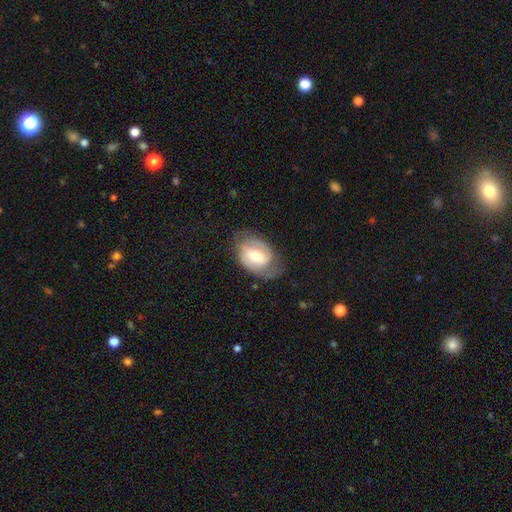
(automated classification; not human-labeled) Smooth or featured?
  - featured or disk: 63% *
  - smooth: 31%
  - star or artifact: 6%
Edge-on disk?
  - no: 95% *
  - yes: 5%
Bar?
  - weak: 44% *
  - no: 36%
  - strong: 20%
Spiral arms?
  - yes: 79% *
  - no: 21%
Bulge size?
  - moderate: 65% *
  - small: 25%
  - large: 8%
  - none: 1%
  - dominant: 1%
Merging?
  - none: 61% *
  - minor disturbance: 26%
  - major disturbance: 12%
  - merger: 1%